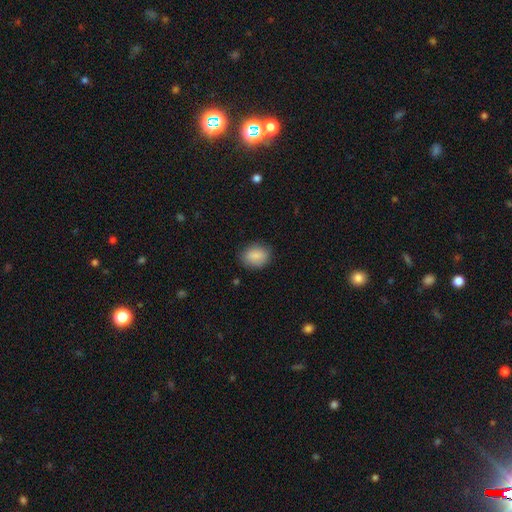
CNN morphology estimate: smooth-or-featured: smooth: 87% | star or artifact: 7% | featured or disk: 5%
  how-rounded: in between: 59% | round: 39% | cigar-shaped: 1%
  merging: none: 83% | minor disturbance: 13% | major disturbance: 3% | merger: 1%